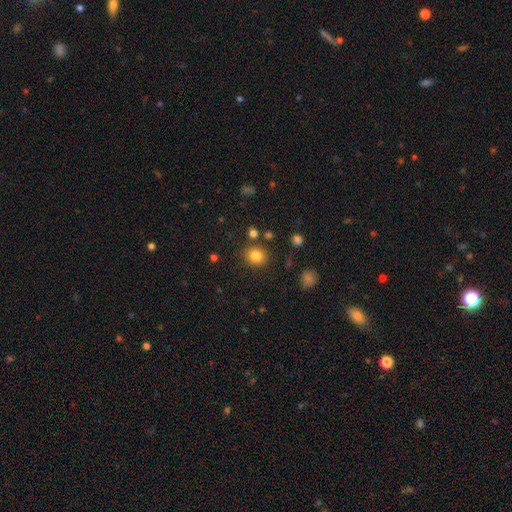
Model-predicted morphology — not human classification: A smooth galaxy with no disk features (83%) that is round (82%).

Vote fractions:
- Smooth or featured? smooth: 83% / star or artifact: 12% / featured or disk: 6%
- How rounded? round: 82% / in between: 17% / cigar-shaped: 1%
- Merging? none: 85% / minor disturbance: 8% / merger: 4% / major disturbance: 3%